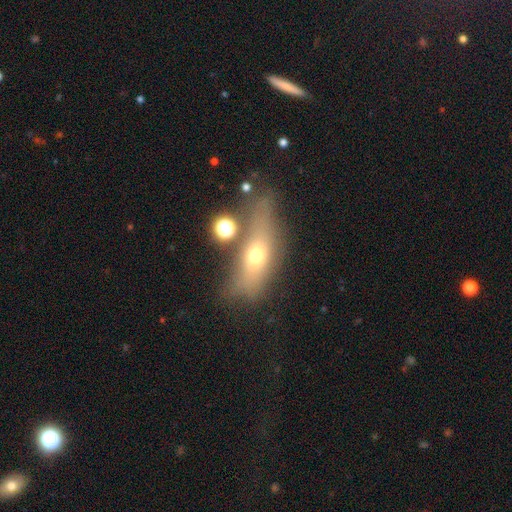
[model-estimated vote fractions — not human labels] This appears to be a smooth galaxy with no disk features (50%). Merging: none (54%).